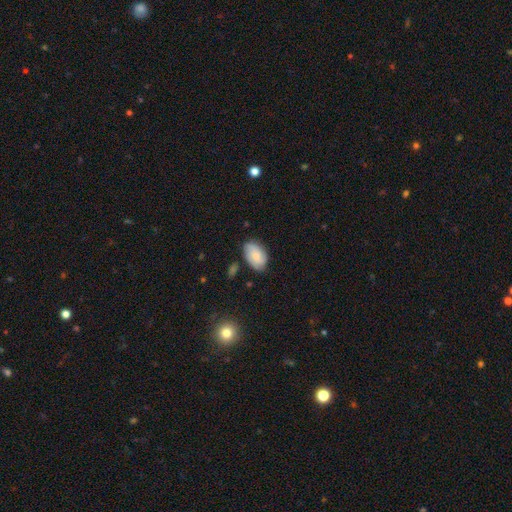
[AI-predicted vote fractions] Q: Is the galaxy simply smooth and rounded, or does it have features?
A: smooth — 65%.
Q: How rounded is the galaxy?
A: in between — 90%.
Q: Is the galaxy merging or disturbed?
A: none — 72%.